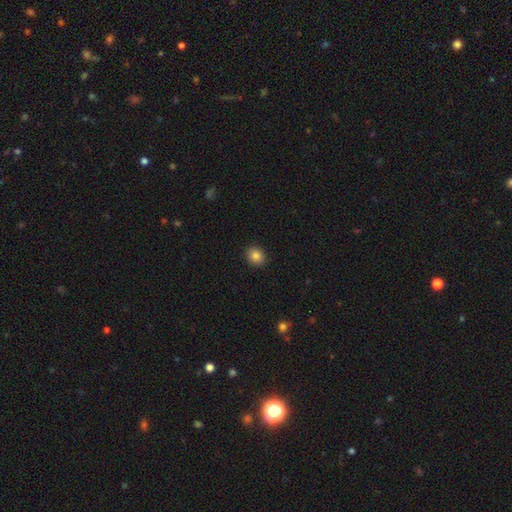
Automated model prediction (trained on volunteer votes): Smooth or featured?
  - smooth: 85% *
  - star or artifact: 10%
  - featured or disk: 5%
How rounded?
  - round: 68% *
  - in between: 31%
  - cigar-shaped: 1%
Merging?
  - none: 91% *
  - minor disturbance: 6%
  - major disturbance: 2%
  - merger: 1%